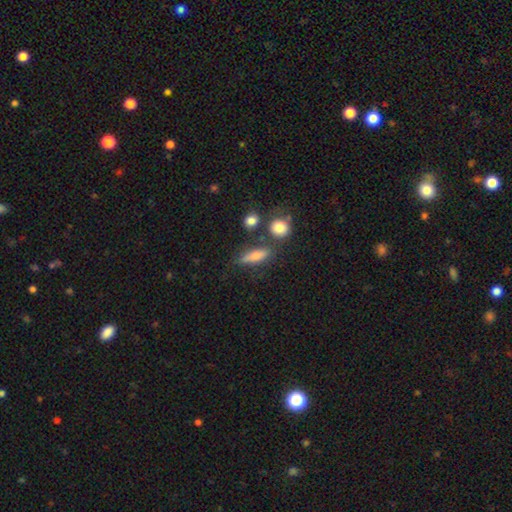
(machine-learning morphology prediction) smooth-or-featured: smooth: 58% | featured or disk: 31% | star or artifact: 11%
  how-rounded: cigar-shaped: 54% | in between: 36% | round: 10%
  merging: none: 72% | minor disturbance: 14% | merger: 10% | major disturbance: 5%